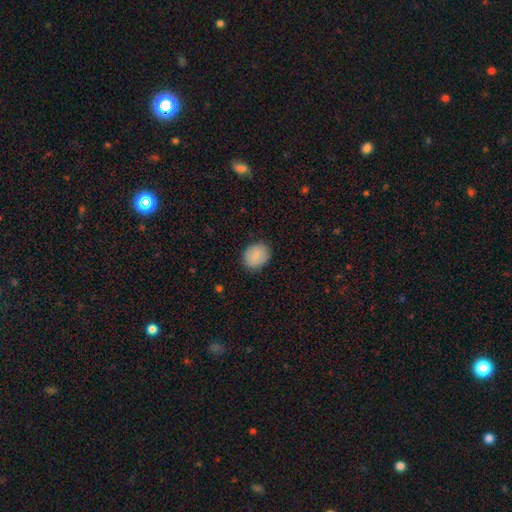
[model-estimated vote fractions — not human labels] smooth_or_featured: smooth (p=0.87) [alt: star or artifact p=0.07]
how_rounded: round (p=0.56) [alt: in between p=0.43]
merging: none (p=0.86) [alt: minor disturbance p=0.10]